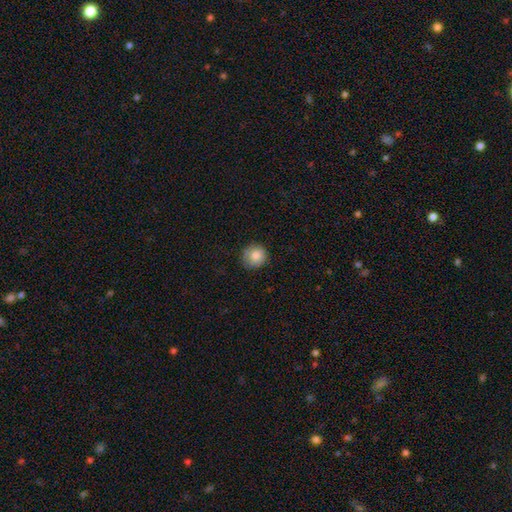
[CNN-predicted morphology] Smooth or featured?
  - smooth: 84% *
  - star or artifact: 9%
  - featured or disk: 8%
How rounded?
  - round: 90% *
  - in between: 9%
  - cigar-shaped: 1%
Merging?
  - none: 79% *
  - minor disturbance: 16%
  - major disturbance: 3%
  - merger: 1%